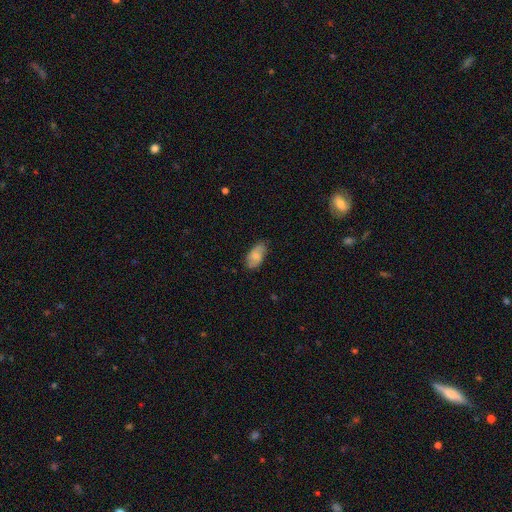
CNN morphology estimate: This appears to be a smooth galaxy with no disk features (72%) that is in between round and cigar-shaped (92%). Merging: none (74%).